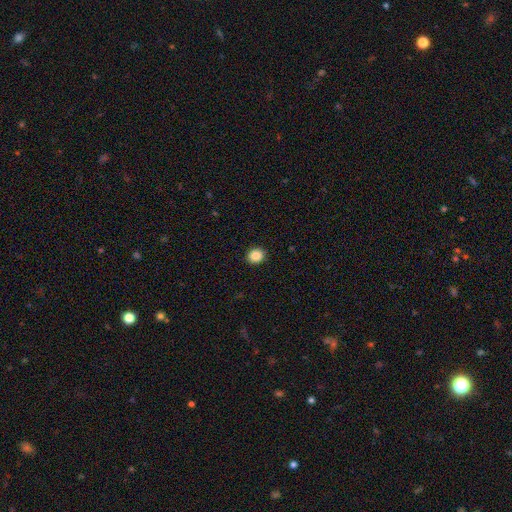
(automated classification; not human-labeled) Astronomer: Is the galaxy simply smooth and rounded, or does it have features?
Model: smooth — 87%.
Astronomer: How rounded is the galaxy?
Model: round — 74%.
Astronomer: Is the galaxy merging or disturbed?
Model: none — 91%.